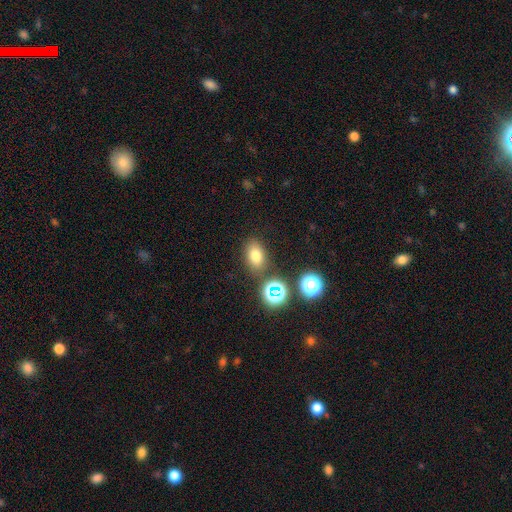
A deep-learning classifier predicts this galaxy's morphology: Overall: smooth (73%). How rounded: in between (77%). Merging: none (80%).